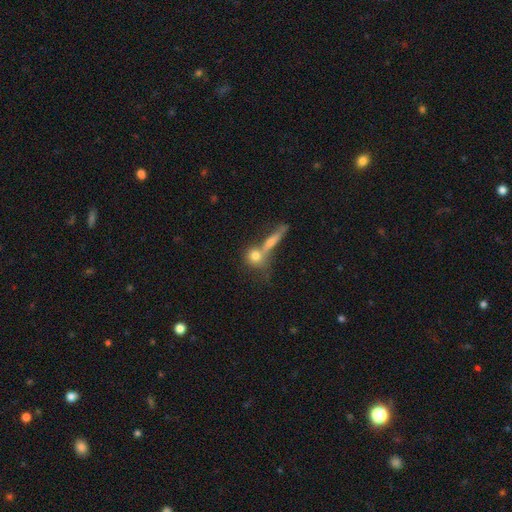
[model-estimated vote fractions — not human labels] Q: Smooth or featured?
A: smooth (72%); runner-up: featured or disk (19%)
Q: How rounded?
A: round (70%); runner-up: in between (18%)
Q: Merging?
A: none (44%); runner-up: merger (39%)